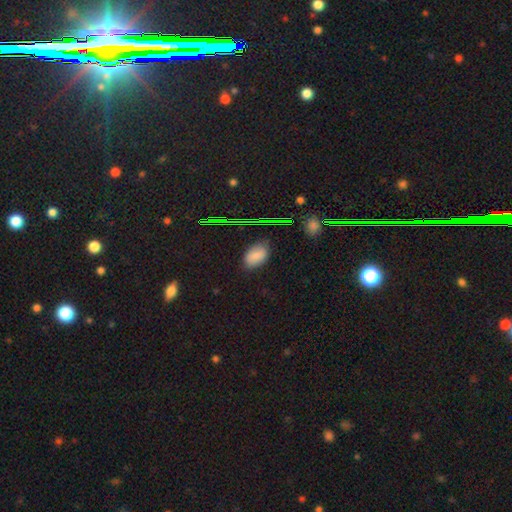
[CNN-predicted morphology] A smooth galaxy with no disk features (75%) that is in between round and cigar-shaped (90%).

Vote fractions:
- Smooth or featured? smooth: 75% / star or artifact: 17% / featured or disk: 9%
- How rounded? in between: 90% / round: 8% / cigar-shaped: 2%
- Merging? none: 80% / minor disturbance: 15% / major disturbance: 3% / merger: 2%